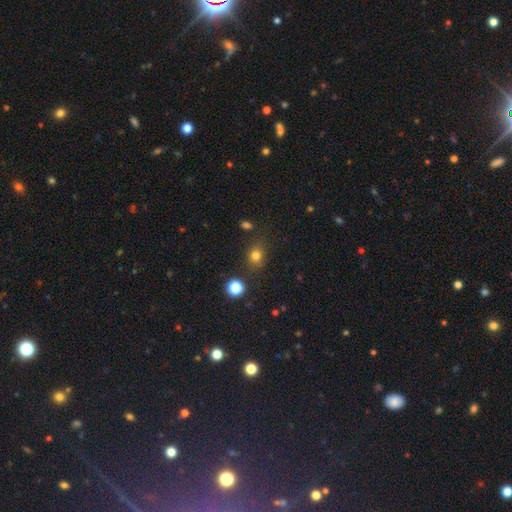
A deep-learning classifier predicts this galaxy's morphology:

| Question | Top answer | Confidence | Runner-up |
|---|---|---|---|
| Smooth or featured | smooth | 77% | star or artifact (16%) |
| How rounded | round | 67% | in between (32%) |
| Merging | none | 77% | minor disturbance (15%) |